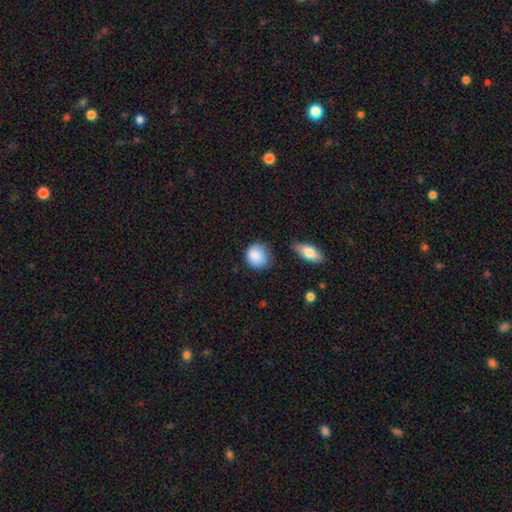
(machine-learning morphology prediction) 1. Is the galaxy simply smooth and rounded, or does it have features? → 88% smooth, 7% star or artifact, 6% featured or disk.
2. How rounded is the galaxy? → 80% round, 19% in between, 1% cigar-shaped.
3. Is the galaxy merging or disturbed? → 69% none, 23% minor disturbance, 4% major disturbance, 4% merger.